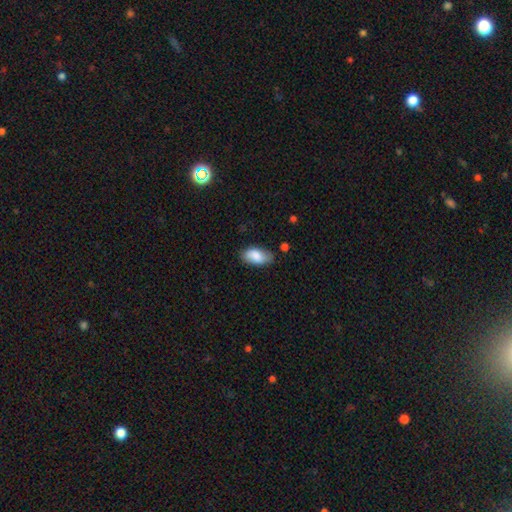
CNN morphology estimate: Smooth or featured? smooth (82%)
How rounded? in between (94%)
Merging? none (73%)